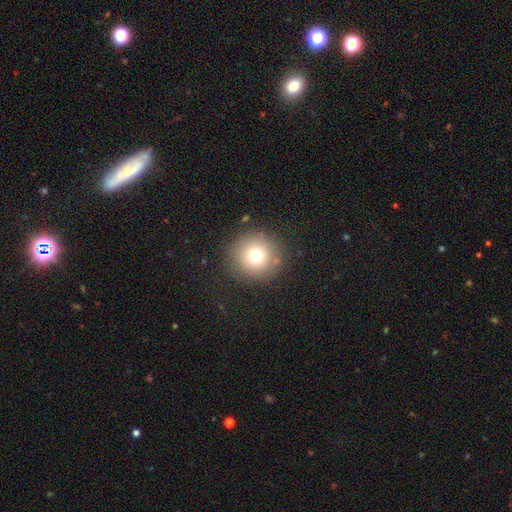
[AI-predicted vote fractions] Q: Smooth or featured?
A: smooth (74%); runner-up: star or artifact (15%)
Q: How rounded?
A: round (95%); runner-up: in between (4%)
Q: Merging?
A: none (86%); runner-up: minor disturbance (8%)